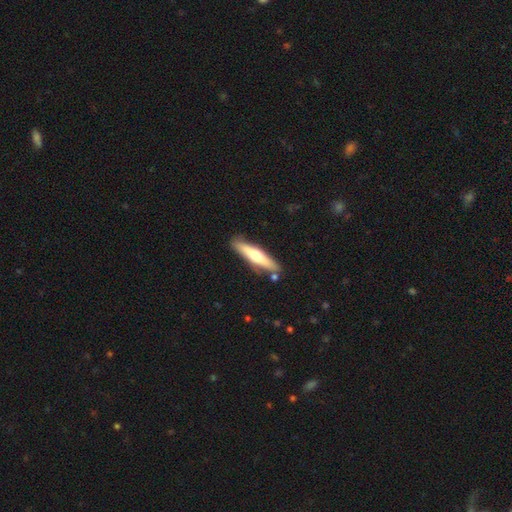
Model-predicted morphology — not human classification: Overall: smooth (50%; featured or disk 45%). Merging: none (82%).